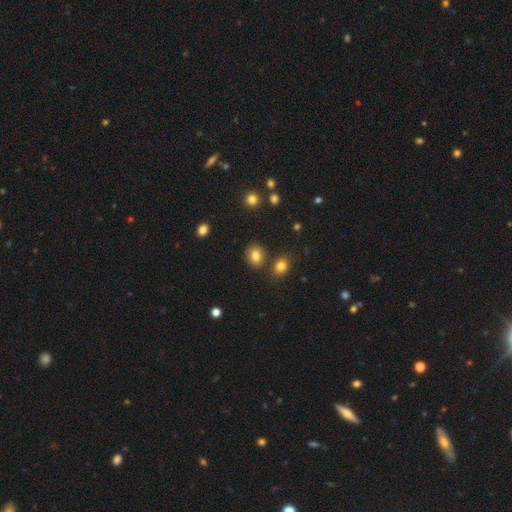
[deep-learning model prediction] Smooth or featured: smooth — 82% (star or artifact — 11%)
How rounded: round — 65% (in between — 34%)
Merging: none — 80% (minor disturbance — 9%)